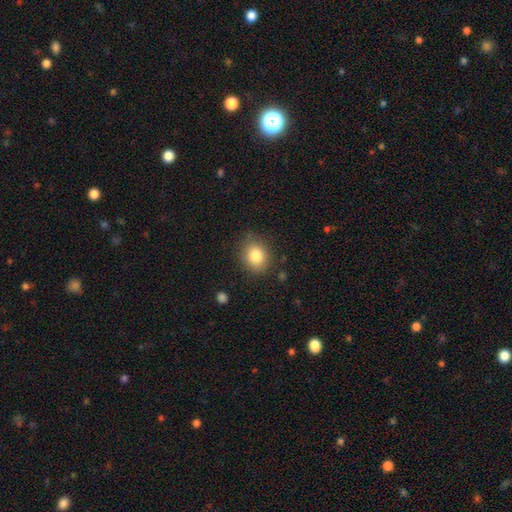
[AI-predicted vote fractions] This is clearly a smooth galaxy (83%). How rounded: likely round (67%). Merging: clearly none (83%).